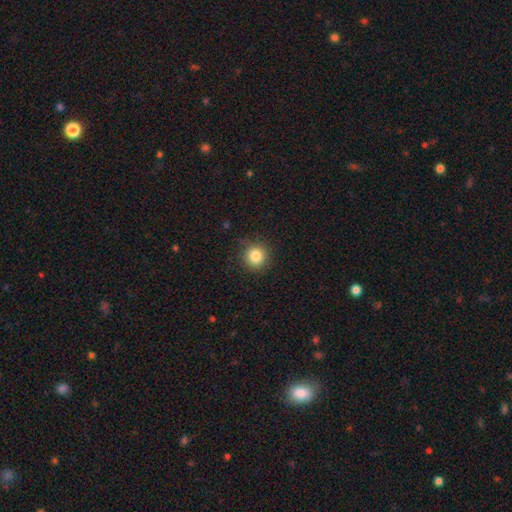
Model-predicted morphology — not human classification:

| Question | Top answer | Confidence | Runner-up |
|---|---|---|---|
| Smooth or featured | smooth | 83% | star or artifact (11%) |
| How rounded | round | 92% | in between (7%) |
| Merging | none | 88% | minor disturbance (8%) |